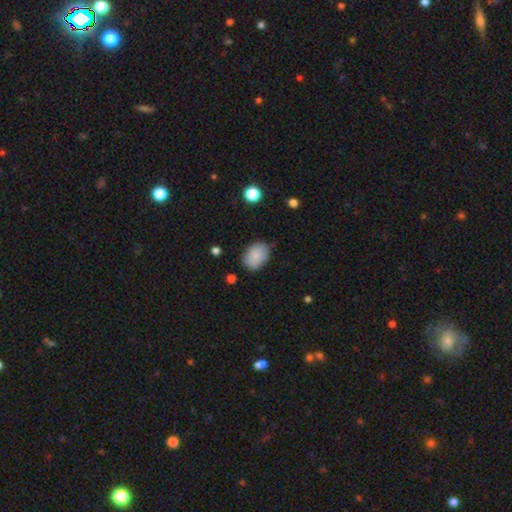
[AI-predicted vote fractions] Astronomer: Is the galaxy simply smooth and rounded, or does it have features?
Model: smooth — 86%.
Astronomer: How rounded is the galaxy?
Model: in between — 77%.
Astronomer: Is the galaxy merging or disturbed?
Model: none — 76%.